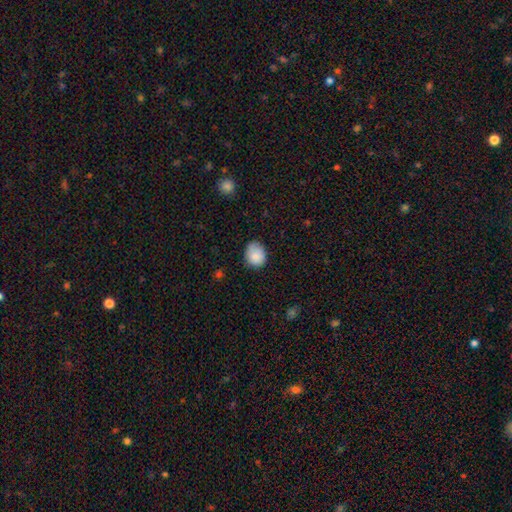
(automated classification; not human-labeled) smooth 84%, star or artifact 8%, featured or disk 8%. Down the decision tree: how rounded — round (54%); merging — none (67%).